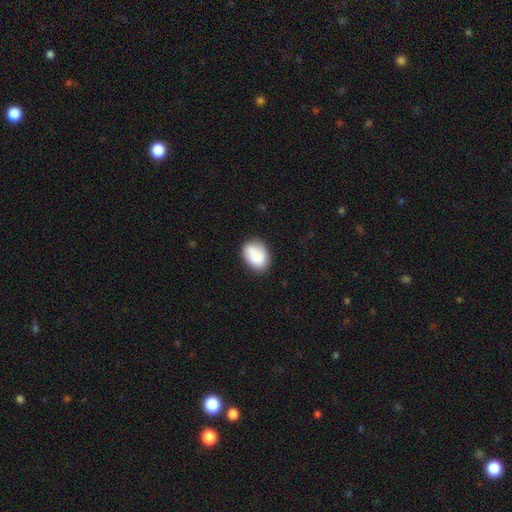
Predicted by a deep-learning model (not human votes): A smooth galaxy with no disk features (82%) that is in between round and cigar-shaped (74%). Merging: none (68%).